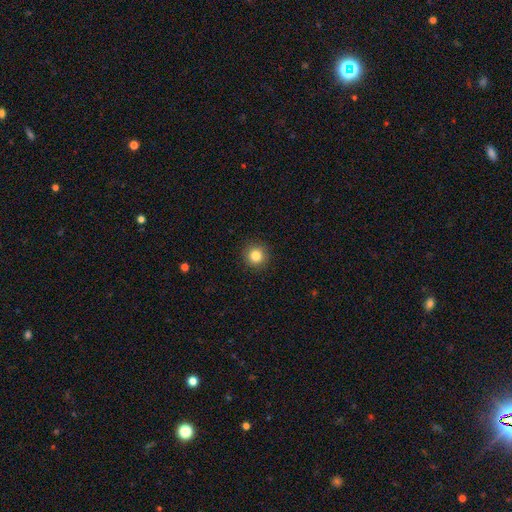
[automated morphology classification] smooth_or_featured: smooth (p=0.84) [alt: star or artifact p=0.11]
how_rounded: round (p=0.95) [alt: in between p=0.04]
merging: none (p=0.91) [alt: minor disturbance p=0.06]